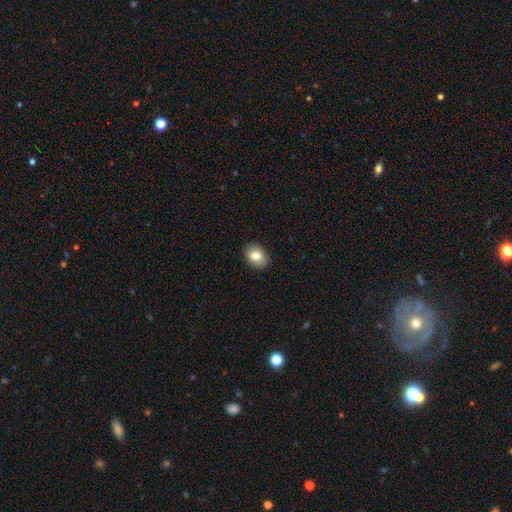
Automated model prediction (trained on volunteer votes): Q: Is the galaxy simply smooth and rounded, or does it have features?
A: smooth — 82%.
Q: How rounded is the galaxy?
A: in between — 63%.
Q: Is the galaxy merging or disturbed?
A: none — 90%.